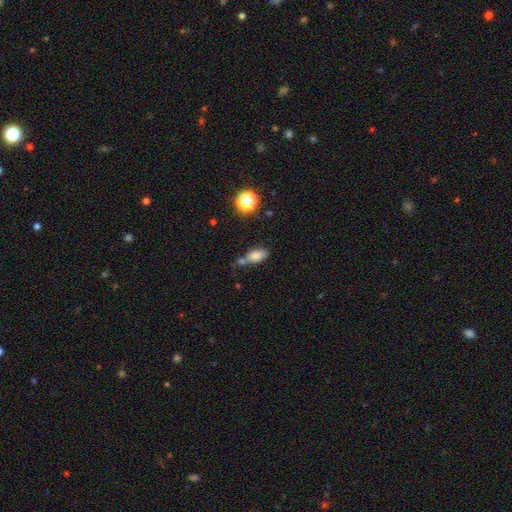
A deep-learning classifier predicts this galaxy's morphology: Overall: smooth (78%). How rounded: in between (82%). Merging: none (51%; merger 24%).